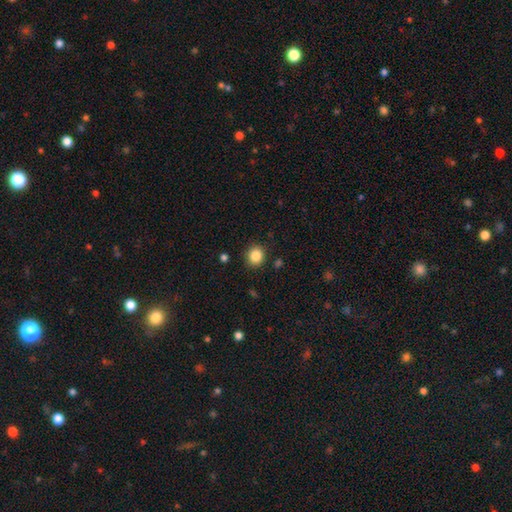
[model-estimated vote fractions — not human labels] This appears to be a smooth galaxy with no disk features (86%) that is round (81%). Merging: none (88%).